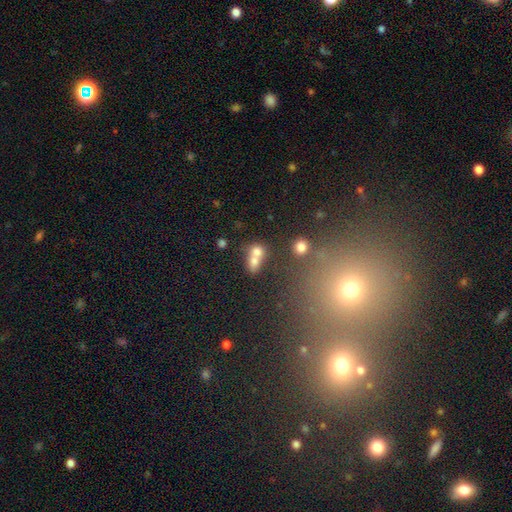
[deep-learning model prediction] Smooth or featured? smooth (70%)
How rounded? in between (52%)
Merging? merger (67%)